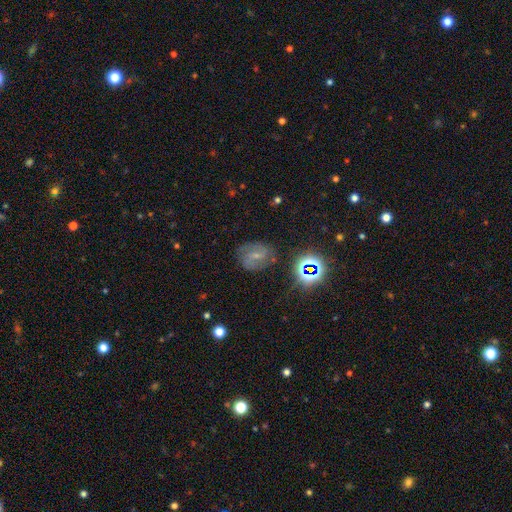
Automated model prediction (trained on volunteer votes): A featured or disk galaxy (56%) with a weak bar (50%), spiral arms (86%) and a small central bulge (61%).

Vote fractions:
- Smooth or featured? featured or disk: 56% / smooth: 24% / star or artifact: 20%
- Edge-on disk? no: 96% / yes: 4%
- Bar? weak: 50% / strong: 26% / no: 25%
- Spiral arms? yes: 86% / no: 14%
- Bulge size? small: 61% / moderate: 26% / none: 10% / large: 2% / dominant: 1%
- Merging? none: 71% / minor disturbance: 18% / major disturbance: 8% / merger: 3%